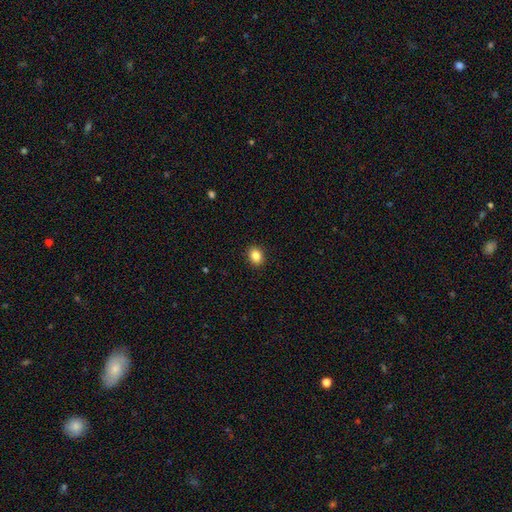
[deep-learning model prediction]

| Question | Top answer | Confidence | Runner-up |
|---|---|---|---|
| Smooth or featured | smooth | 86% | star or artifact (10%) |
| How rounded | round | 50% | in between (49%) |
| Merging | none | 91% | minor disturbance (6%) |